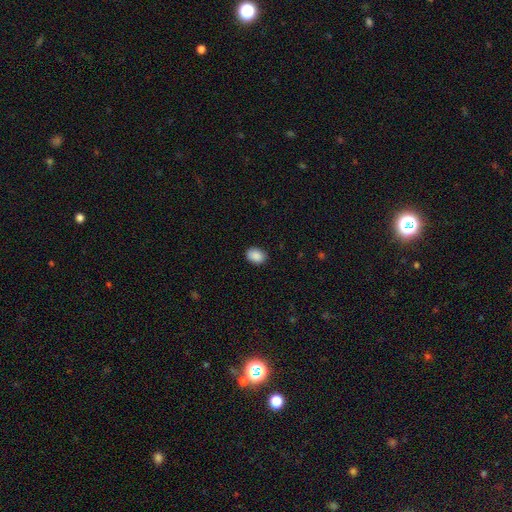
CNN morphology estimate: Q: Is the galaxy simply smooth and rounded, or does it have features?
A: smooth — 89%.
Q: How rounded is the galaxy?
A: in between — 68%.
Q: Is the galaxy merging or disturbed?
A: none — 86%.